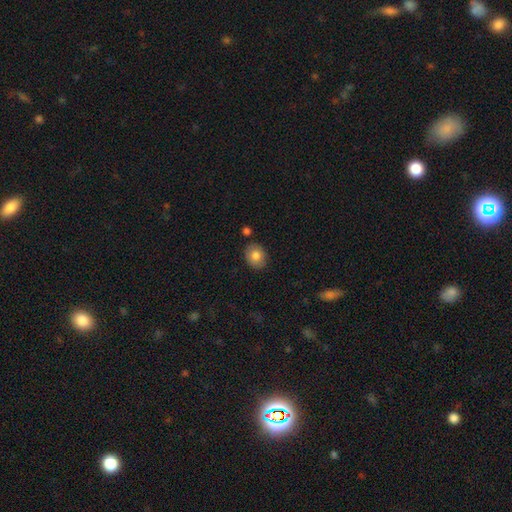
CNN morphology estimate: The model was most divided on "how rounded": in between: 52%, round: 48%, cigar-shaped: 1%. More confident: merging — none (84%); smooth or featured — smooth (82%).